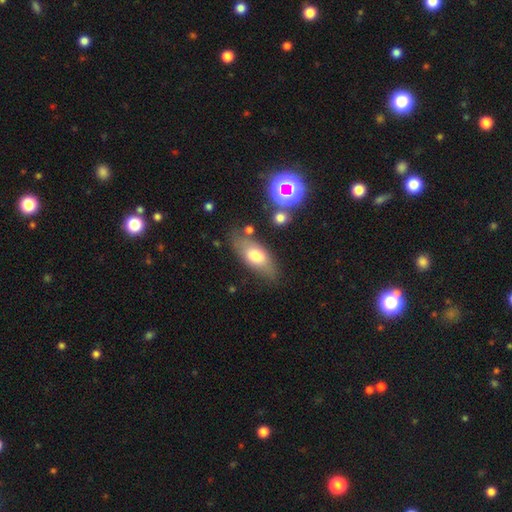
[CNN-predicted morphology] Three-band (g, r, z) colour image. It shows a smooth galaxy with no disk features (68%) that is in between round and cigar-shaped (82%). Merging: none (70%).